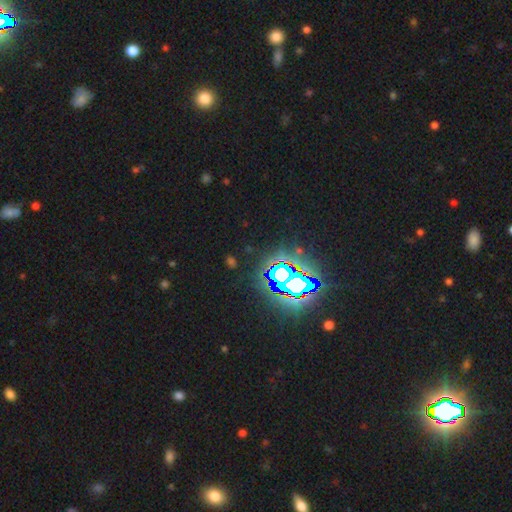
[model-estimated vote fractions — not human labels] A star or artifact, not a galaxy (83%).